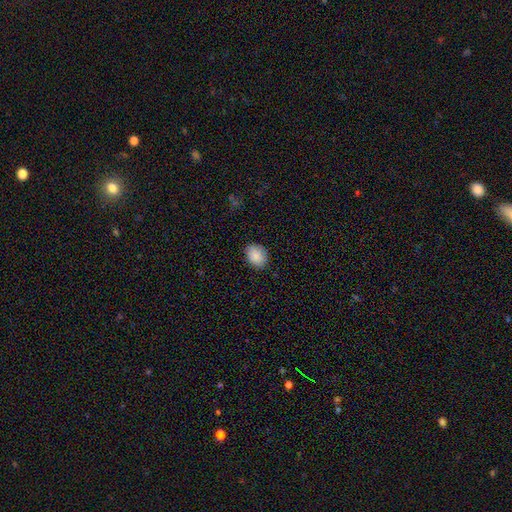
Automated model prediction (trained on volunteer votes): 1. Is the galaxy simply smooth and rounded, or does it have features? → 89% smooth, 7% star or artifact, 4% featured or disk.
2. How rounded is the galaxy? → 61% in between, 38% round, 1% cigar-shaped.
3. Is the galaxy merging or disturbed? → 85% none, 12% minor disturbance, 2% major disturbance, 1% merger.